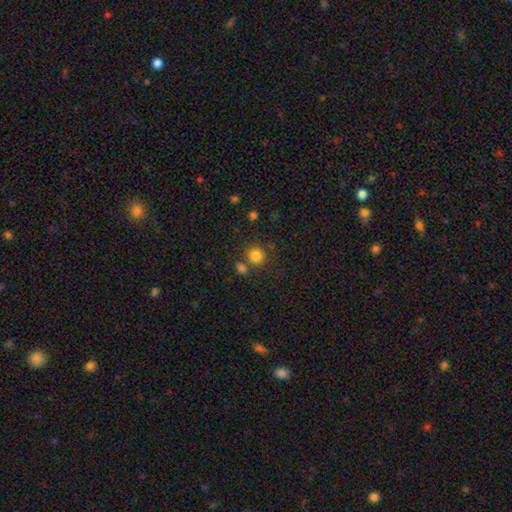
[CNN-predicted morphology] Overall: smooth (83%). How rounded: round (88%). Merging: none (73%).